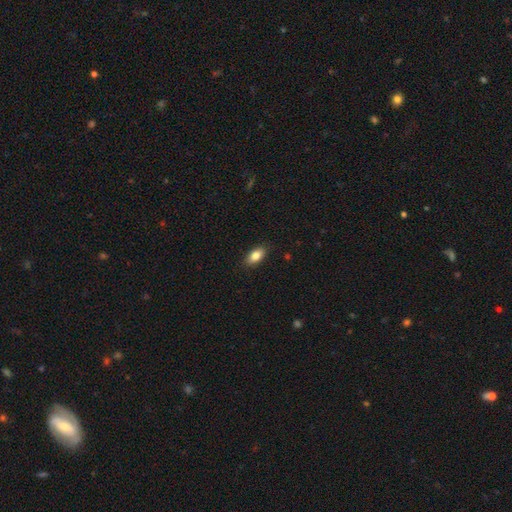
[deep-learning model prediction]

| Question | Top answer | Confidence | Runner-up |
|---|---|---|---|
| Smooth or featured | smooth | 84% | featured or disk (9%) |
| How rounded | in between | 90% | round (5%) |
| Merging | none | 87% | minor disturbance (10%) |